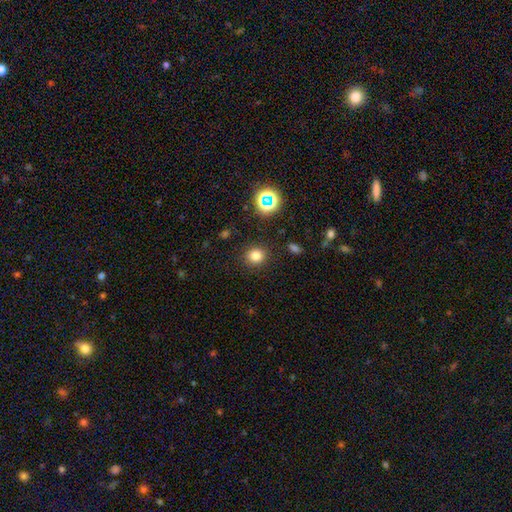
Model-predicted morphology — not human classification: This appears to be a smooth galaxy with no disk features (78%) that is round (85%). Merging: none (89%).